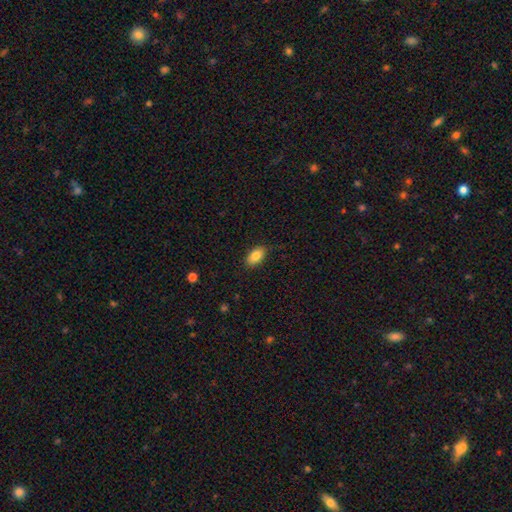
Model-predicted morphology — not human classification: A smooth galaxy with no disk features (86%) that is in between round and cigar-shaped (91%).

Vote fractions:
- Smooth or featured? smooth: 86% / star or artifact: 7% / featured or disk: 7%
- How rounded? in between: 91% / round: 5% / cigar-shaped: 4%
- Merging? none: 84% / minor disturbance: 12% / major disturbance: 2% / merger: 1%